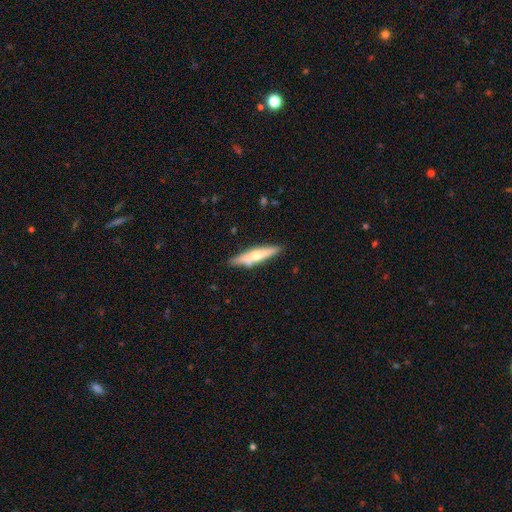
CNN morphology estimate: The model was most divided on "smooth or featured": smooth: 48%, featured or disk: 47%, star or artifact: 6%. More confident: merging — none (78%).